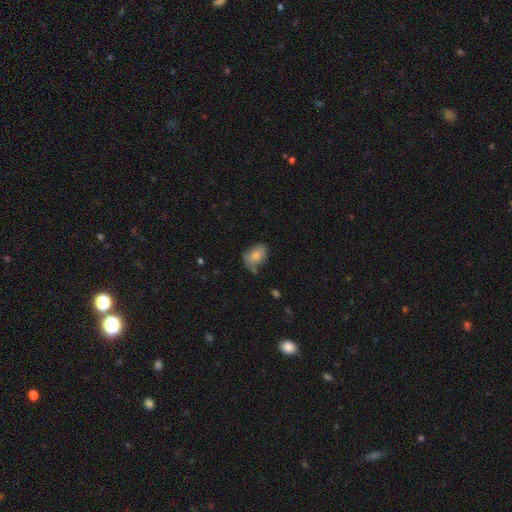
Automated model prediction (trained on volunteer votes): A smooth galaxy with no disk features (73%) that is in between round and cigar-shaped (77%).

Vote fractions:
- Smooth or featured? smooth: 73% / featured or disk: 20% / star or artifact: 8%
- How rounded? in between: 77% / round: 21% / cigar-shaped: 1%
- Merging? none: 54% / minor disturbance: 33% / major disturbance: 10% / merger: 3%